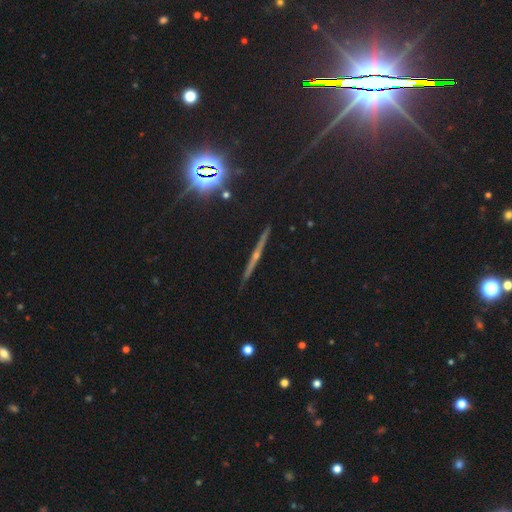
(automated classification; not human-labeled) Morphology: type=featured or disk (65%); edge-on=yes (97%); edge-on bulge=rounded (78%); merging=none (91%).